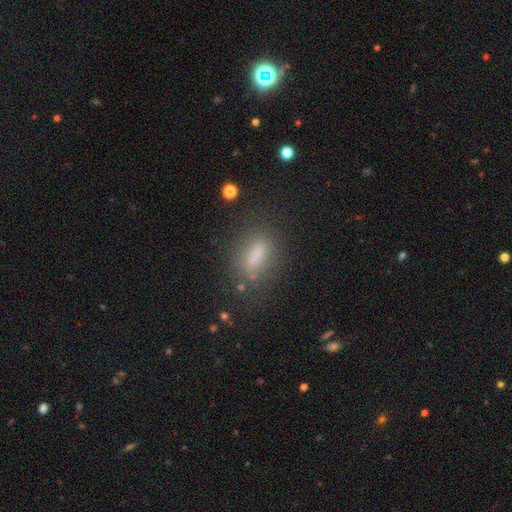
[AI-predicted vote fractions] A smooth galaxy with no disk features (71%) that is in between round and cigar-shaped (48%). Merging: none (75%).